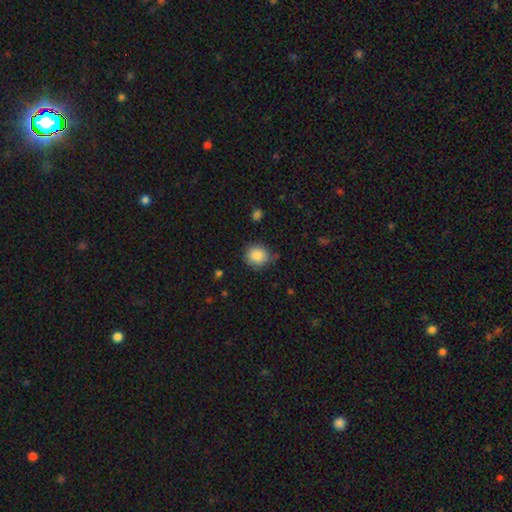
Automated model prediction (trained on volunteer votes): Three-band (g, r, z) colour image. It shows a smooth galaxy with no disk features (87%) that is round (89%). Merging: none (80%).